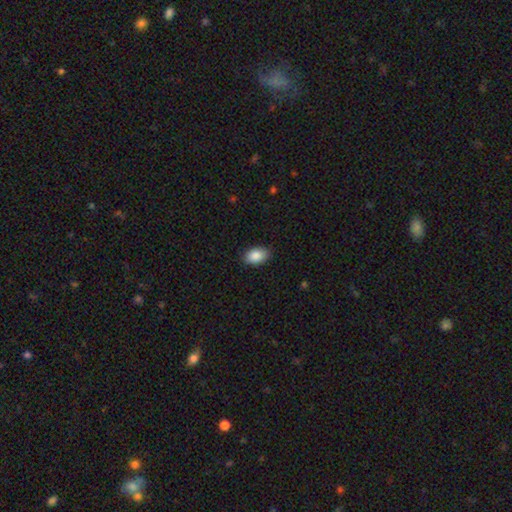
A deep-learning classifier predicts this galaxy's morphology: smooth 88%, star or artifact 7%, featured or disk 5%. Down the decision tree: how rounded — in between (90%); merging — none (86%).